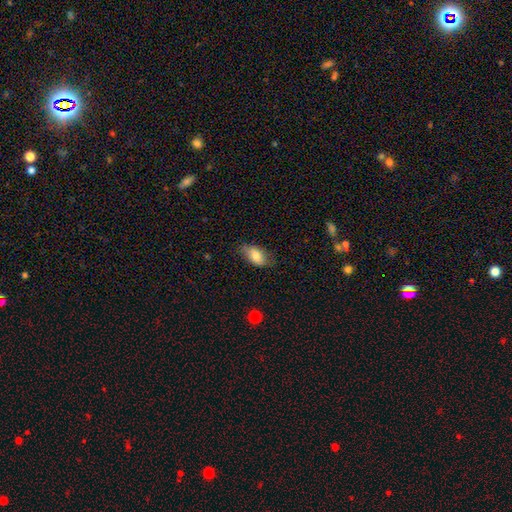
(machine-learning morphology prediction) type=smooth (81%); roundness=in between (91%); merging=none (72%).